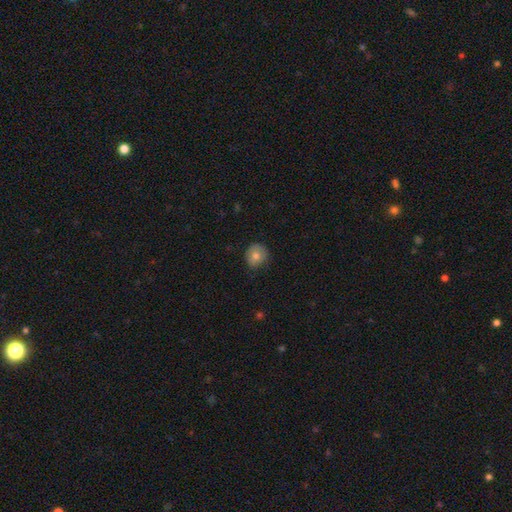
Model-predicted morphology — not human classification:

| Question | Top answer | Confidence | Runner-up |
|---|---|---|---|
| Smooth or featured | smooth | 76% | featured or disk (15%) |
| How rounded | round | 86% | in between (13%) |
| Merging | none | 72% | minor disturbance (23%) |